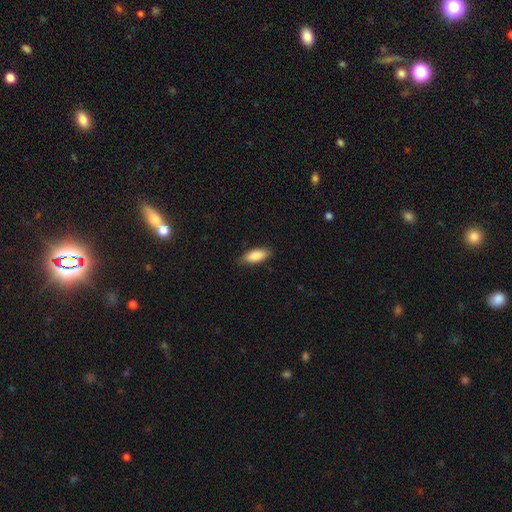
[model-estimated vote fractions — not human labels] The model was most divided on "how rounded": in between: 79%, cigar-shaped: 19%, round: 2%. More confident: smooth or featured — smooth (88%); merging — none (84%).